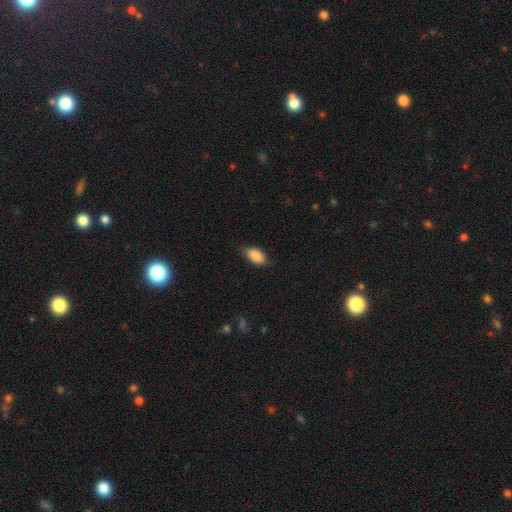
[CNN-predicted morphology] smooth_or_featured: smooth (p=0.87) [alt: star or artifact p=0.06]
how_rounded: in between (p=0.92) [alt: cigar-shaped p=0.04]
merging: none (p=0.79) [alt: minor disturbance p=0.17]